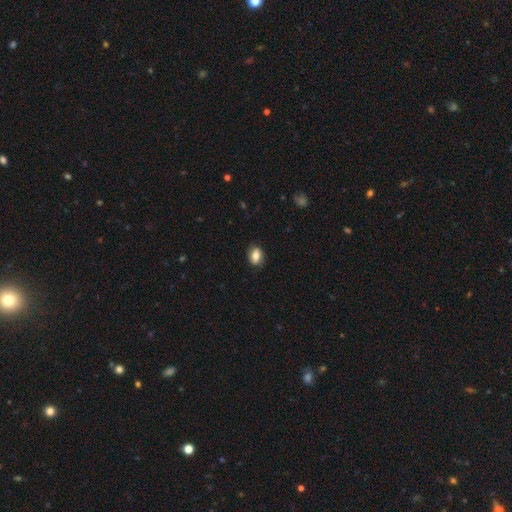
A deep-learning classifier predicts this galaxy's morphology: Q: Smooth or featured?
A: smooth (80%); runner-up: featured or disk (11%)
Q: How rounded?
A: in between (75%); runner-up: round (23%)
Q: Merging?
A: none (86%); runner-up: minor disturbance (11%)